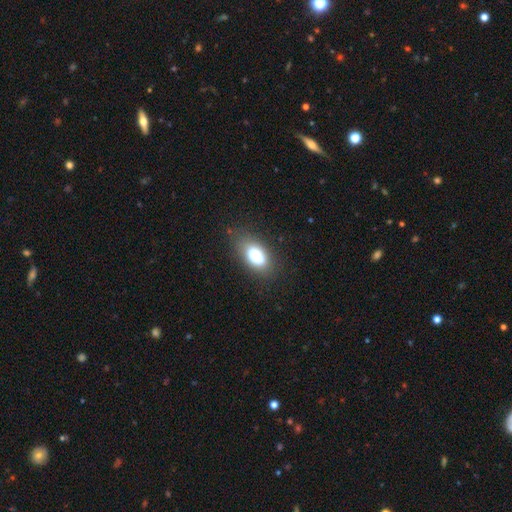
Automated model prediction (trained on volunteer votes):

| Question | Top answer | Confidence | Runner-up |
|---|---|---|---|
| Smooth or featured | smooth | 81% | featured or disk (10%) |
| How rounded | in between | 91% | round (6%) |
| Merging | none | 77% | minor disturbance (16%) |